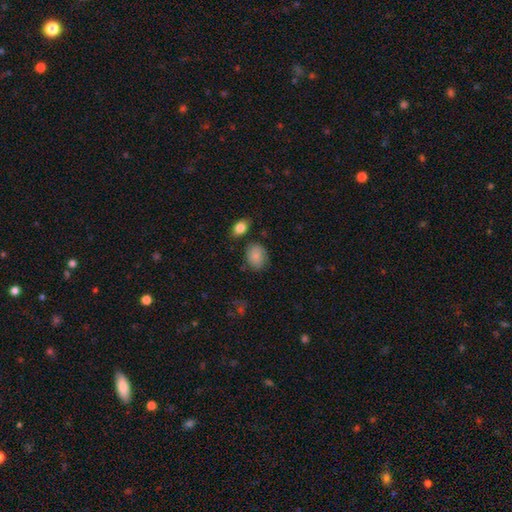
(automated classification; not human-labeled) Overall: smooth (84%). How rounded: in between (58%; round 41%). Merging: none (73%).